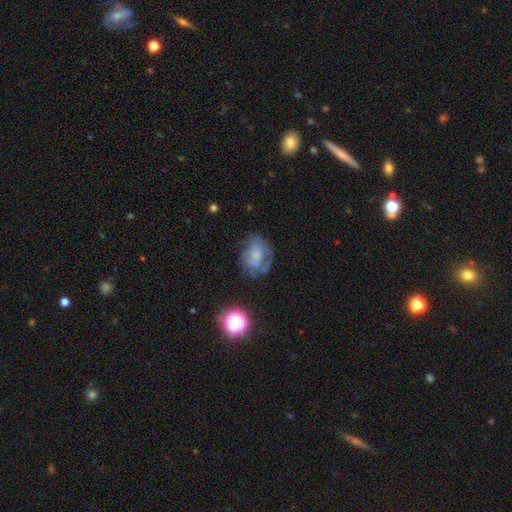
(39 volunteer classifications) A featured or disk galaxy (64%) with no bar (92%), tight (53%) spiral arms (60%) and a moderate central bulge (36%, tied with small). Merging: none (51%).